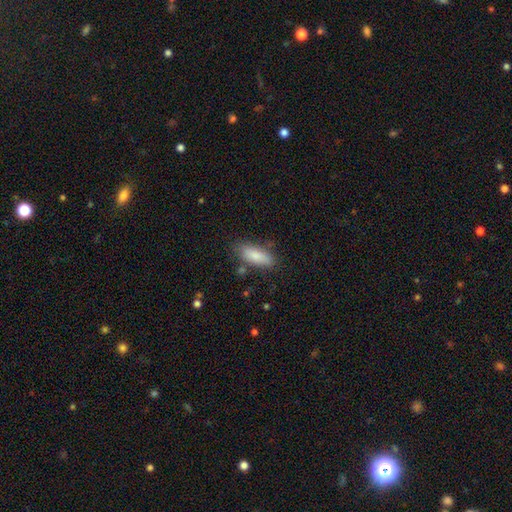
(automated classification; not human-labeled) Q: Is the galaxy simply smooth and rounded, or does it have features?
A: smooth — 85%.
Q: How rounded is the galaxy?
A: in between — 71%.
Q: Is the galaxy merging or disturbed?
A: none — 74%.